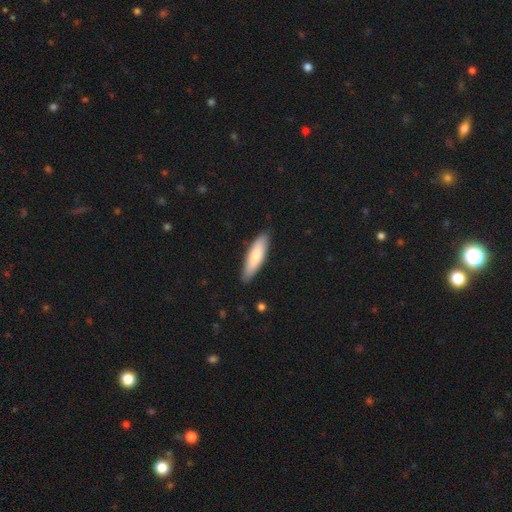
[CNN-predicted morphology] This is likely a smooth galaxy (79%). How rounded: likely cigar-shaped (63%). Merging: clearly none (87%).